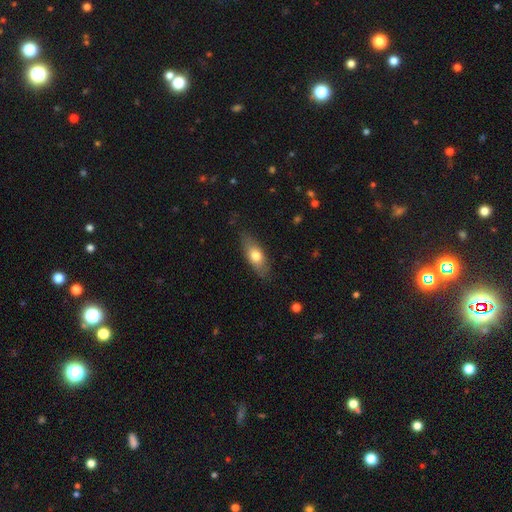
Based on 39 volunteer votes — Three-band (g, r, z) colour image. It shows a smooth galaxy with no disk features (69%) that is in between round and cigar-shaped (74%). Merging: none (75%).